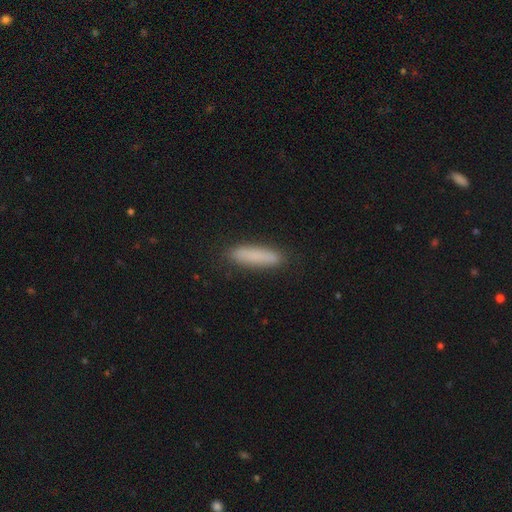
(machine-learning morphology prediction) smooth 84%, featured or disk 9%, star or artifact 7%. Down the decision tree: how rounded — cigar-shaped (79%); merging — none (88%).